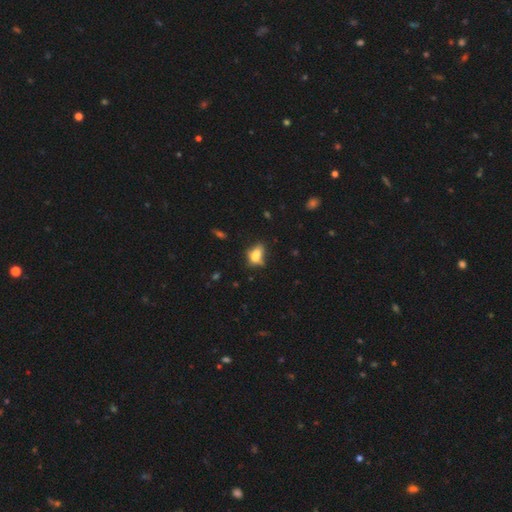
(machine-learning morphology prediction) This is likely a smooth galaxy (68%). How rounded: likely in between (80%). Merging: marginally none (36%).